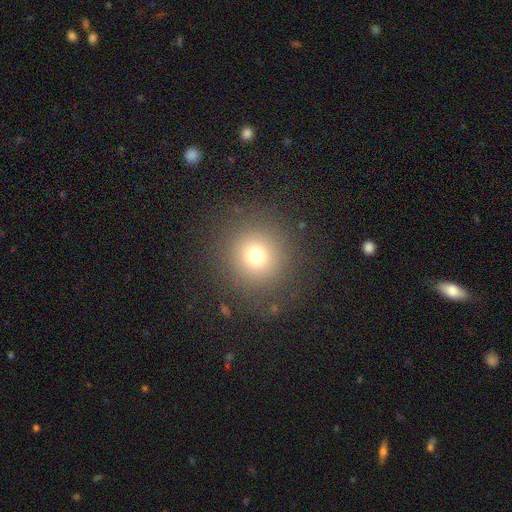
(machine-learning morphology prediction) smooth_or_featured: smooth (p=0.71) [alt: star or artifact p=0.18]
how_rounded: round (p=0.94) [alt: in between p=0.05]
merging: none (p=0.85) [alt: minor disturbance p=0.08]